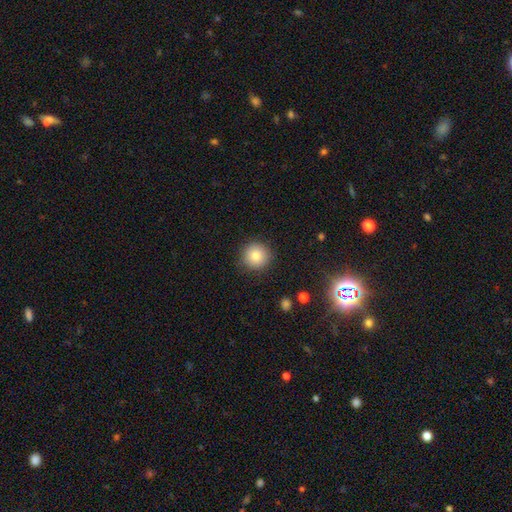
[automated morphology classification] Smooth or featured? Predicted: smooth (p=0.82). How rounded? Predicted: round (p=0.94). Merging? Predicted: none (p=0.89).